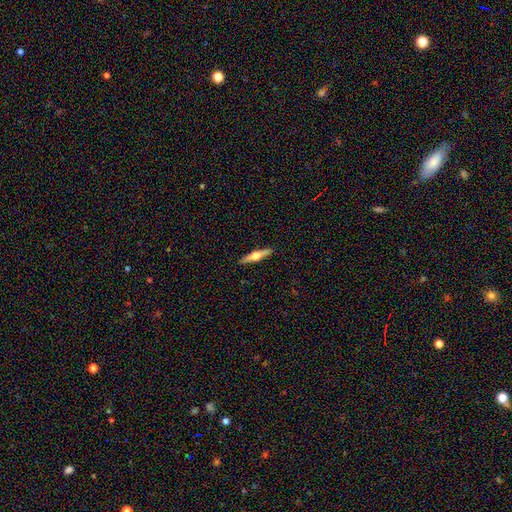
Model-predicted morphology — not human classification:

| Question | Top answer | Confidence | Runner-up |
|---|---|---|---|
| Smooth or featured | featured or disk | 66% | smooth (28%) |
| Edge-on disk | yes | 97% | no (3%) |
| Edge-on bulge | rounded | 95% | boxy (3%) |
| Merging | none | 91% | minor disturbance (6%) |